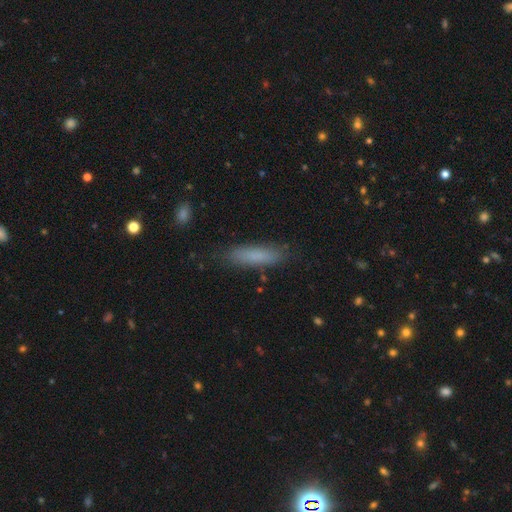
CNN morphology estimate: This appears to be a smooth galaxy with no disk features (78%) that is cigar-shaped (74%). Merging: none (84%).